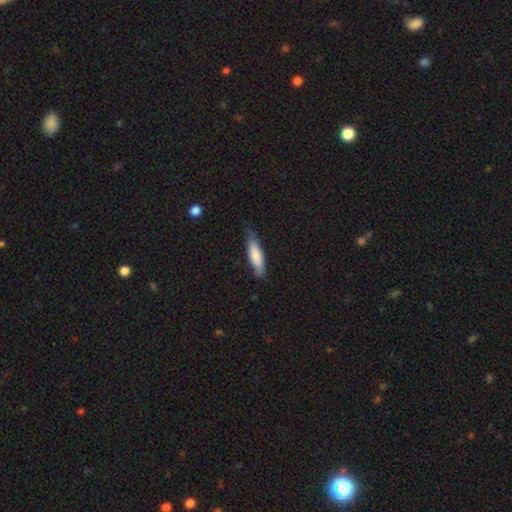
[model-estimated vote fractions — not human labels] Smooth or featured? smooth (80%)
How rounded? cigar-shaped (63%)
Merging? none (71%)